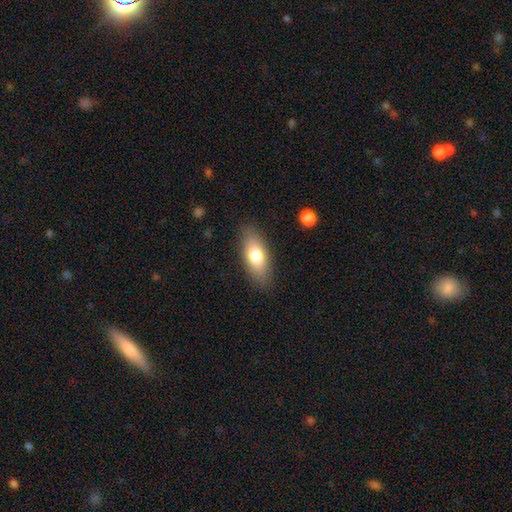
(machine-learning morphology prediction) Smooth or featured? Predicted: smooth (p=0.75). How rounded? Predicted: in between (p=0.82). Merging? Predicted: none (p=0.86).